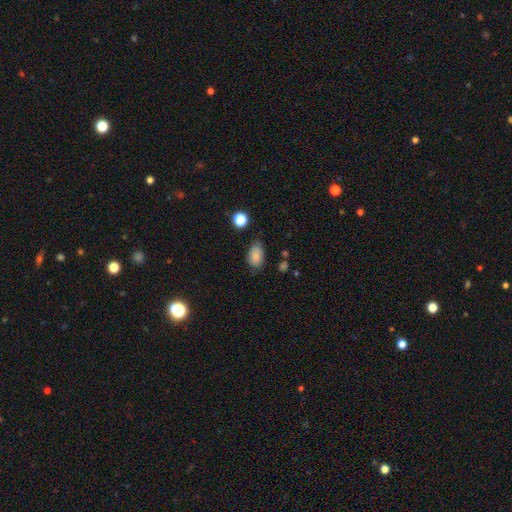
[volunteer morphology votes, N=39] Smooth or featured? smooth (90%)
How rounded? in between (91%)
Merging? none (68%)